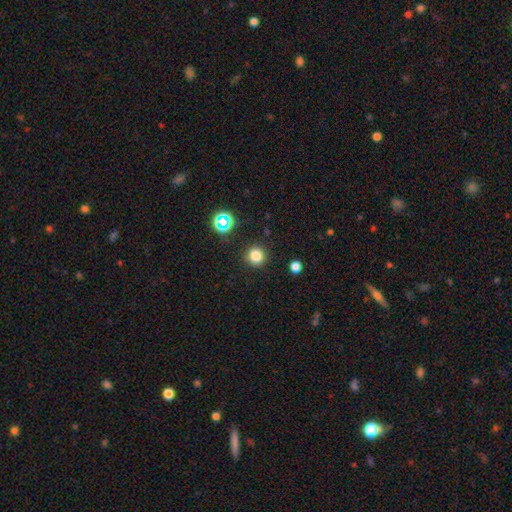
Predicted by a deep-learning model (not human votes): The model was most divided on "smooth or featured": smooth: 79%, star or artifact: 16%, featured or disk: 5%. More confident: how rounded — round (91%); merging — none (88%).